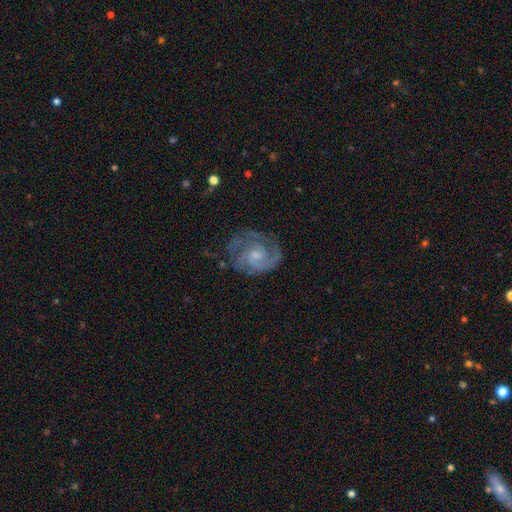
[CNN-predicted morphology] Smooth or featured? featured or disk (87%)
Edge-on disk? no (98%)
Bar? no (57%)
Spiral arms? yes (97%)
Spiral winding? tight (54%)
Spiral arm count? 2 (53%)
Bulge size? small (51%)
Merging? none (70%)